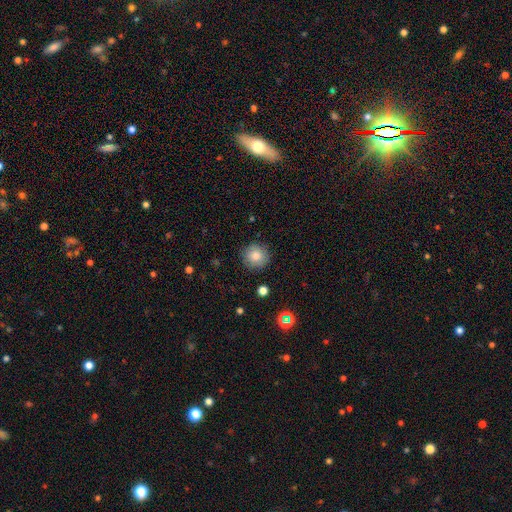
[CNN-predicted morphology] Overall: smooth (78%). How rounded: round (92%). Merging: none (86%).